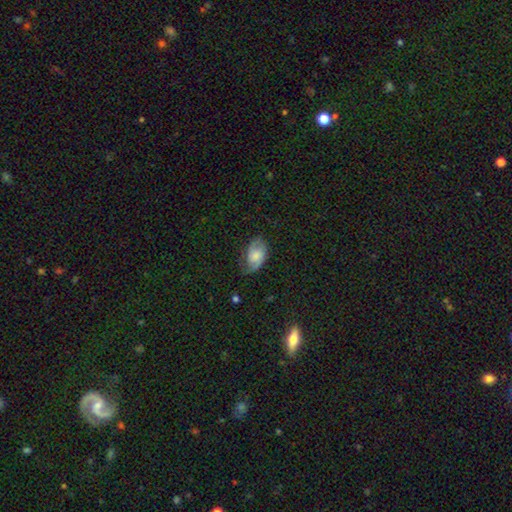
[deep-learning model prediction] Overall: featured or disk (50%; smooth 42%). Edge-on disk: no (96%). Merging: none (62%; minor disturbance 26%).